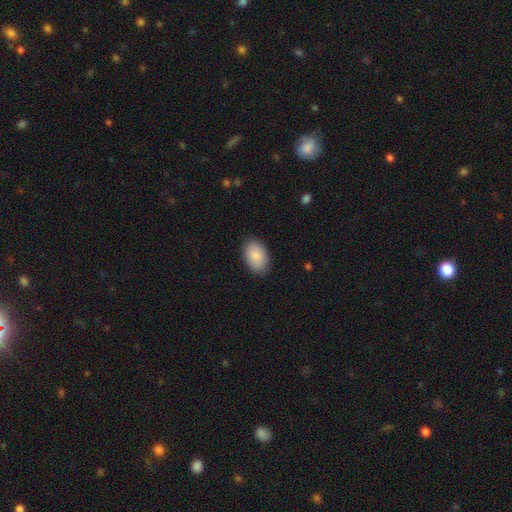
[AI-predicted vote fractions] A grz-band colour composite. It shows a smooth galaxy with no disk features (88%) that is in between round and cigar-shaped (91%). Merging: none (85%).